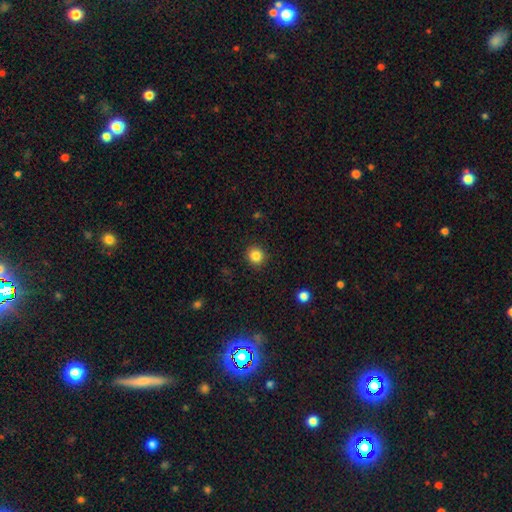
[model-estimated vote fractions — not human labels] Smooth or featured?
  - smooth: 85% *
  - star or artifact: 11%
  - featured or disk: 4%
How rounded?
  - round: 90% *
  - in between: 9%
  - cigar-shaped: 1%
Merging?
  - none: 91% *
  - minor disturbance: 6%
  - major disturbance: 2%
  - merger: 1%